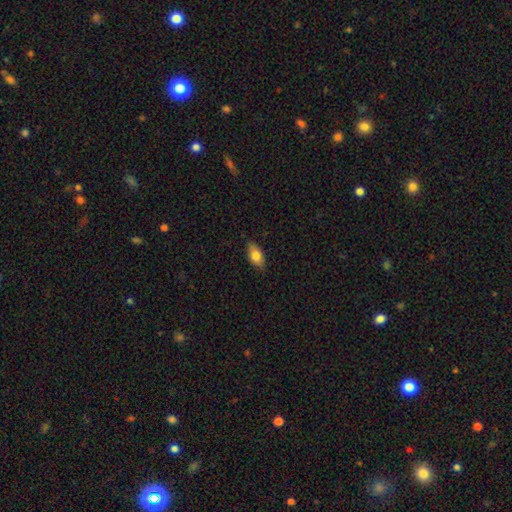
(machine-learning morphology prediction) smooth-or-featured: smooth: 82% | featured or disk: 11% | star or artifact: 7%
  how-rounded: in between: 91% | cigar-shaped: 5% | round: 4%
  merging: none: 85% | minor disturbance: 12% | major disturbance: 2% | merger: 1%